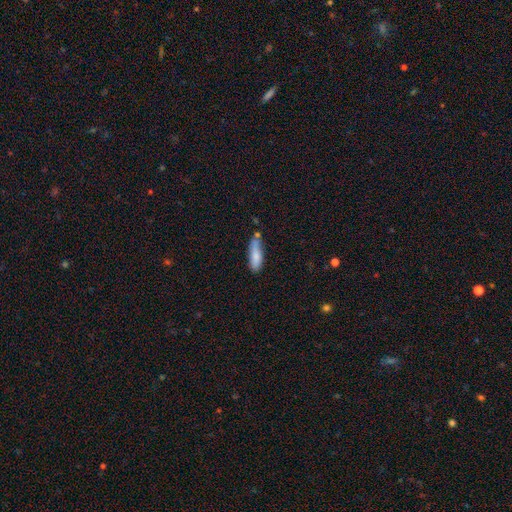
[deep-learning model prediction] Smooth or featured?
  - smooth: 80% *
  - featured or disk: 14%
  - star or artifact: 7%
How rounded?
  - cigar-shaped: 56% *
  - in between: 42%
  - round: 2%
Merging?
  - none: 54% *
  - minor disturbance: 28%
  - merger: 11%
  - major disturbance: 7%